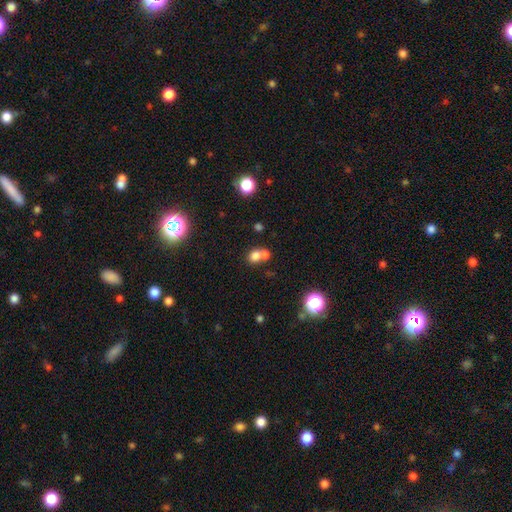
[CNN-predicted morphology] type=smooth (75%); roundness=round (70%); merging=merger (51%).